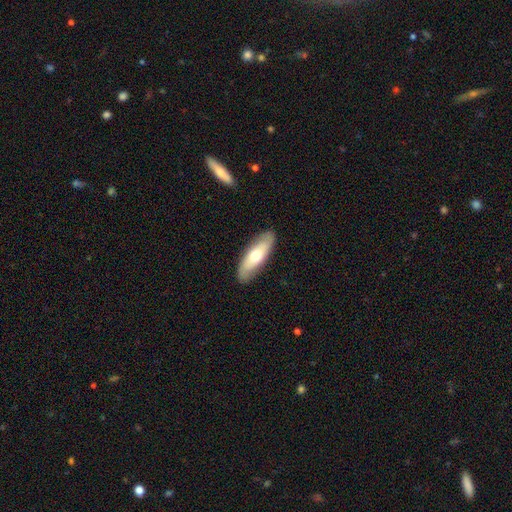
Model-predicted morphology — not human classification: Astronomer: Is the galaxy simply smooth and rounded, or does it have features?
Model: smooth — 61%.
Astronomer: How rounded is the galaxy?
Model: in between — 56% (runner-up: cigar-shaped, 42%).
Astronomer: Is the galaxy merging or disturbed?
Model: none — 87%.